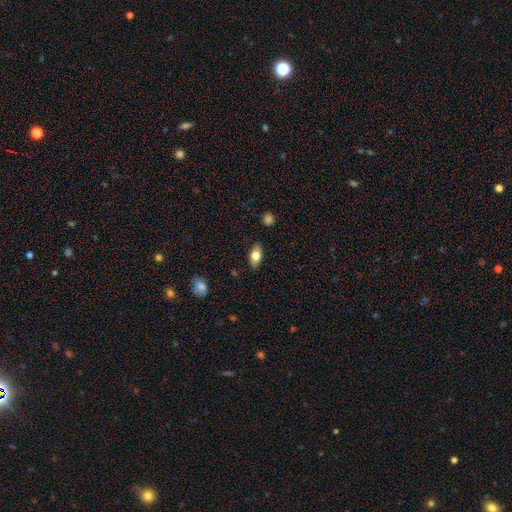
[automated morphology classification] Smooth or featured? Predicted: smooth (p=0.71). How rounded? Predicted: in between (p=0.86). Merging? Predicted: none (p=0.85).